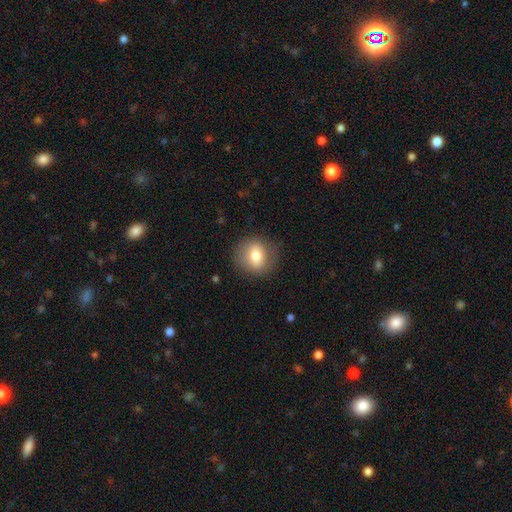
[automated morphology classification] smooth 72%, featured or disk 19%, star or artifact 8%. Down the decision tree: how rounded — round (81%); merging — none (83%).